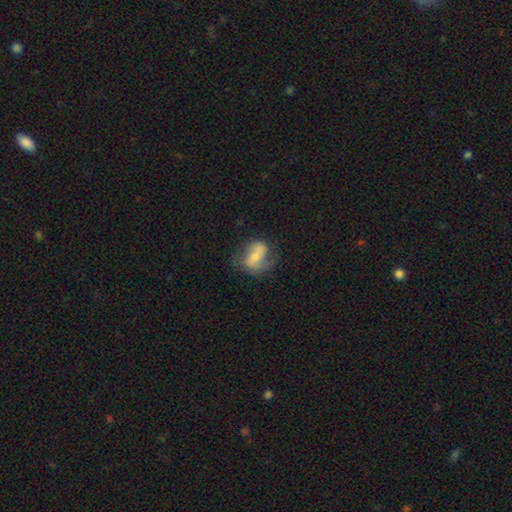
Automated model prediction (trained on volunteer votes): This is possibly a featured or disk galaxy (50%). Merging: possibly none (49%).